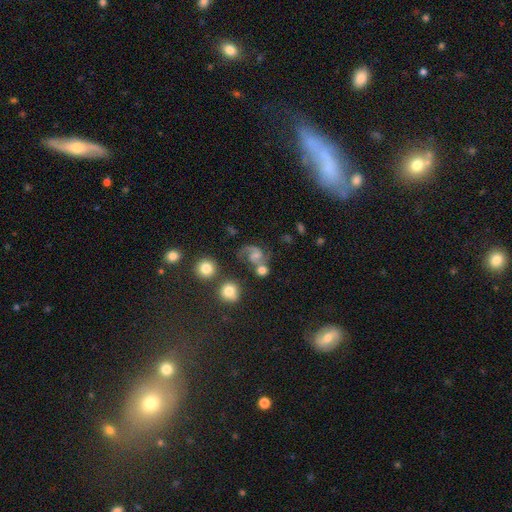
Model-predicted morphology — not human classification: type=featured or disk (70%); edge-on=no (98%); bar=no (59%); spiral arms=yes (93%); winding=medium (49%); arm count=2 (80%); bulge=moderate (38%); merging=none (43%).